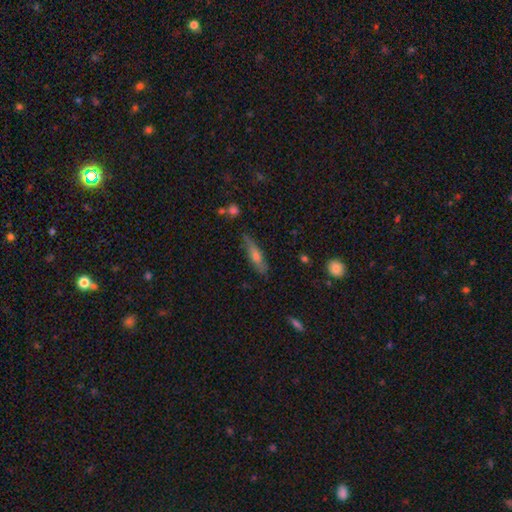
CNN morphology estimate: type=smooth (50%); merging=none (79%).